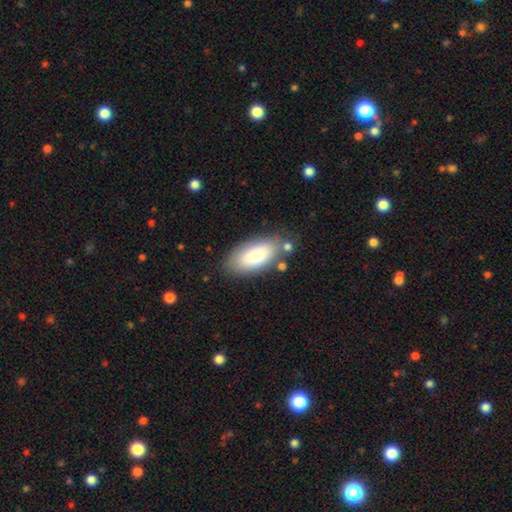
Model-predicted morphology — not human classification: A smooth galaxy with no disk features (77%) that is in between round and cigar-shaped (90%). Merging: none (74%).